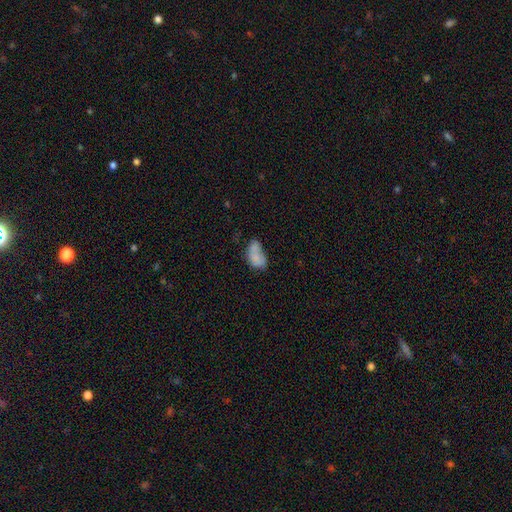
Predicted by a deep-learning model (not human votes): Smooth or featured? Predicted: smooth (p=0.74). How rounded? Predicted: in between (p=0.91). Merging? Predicted: none (p=0.36).